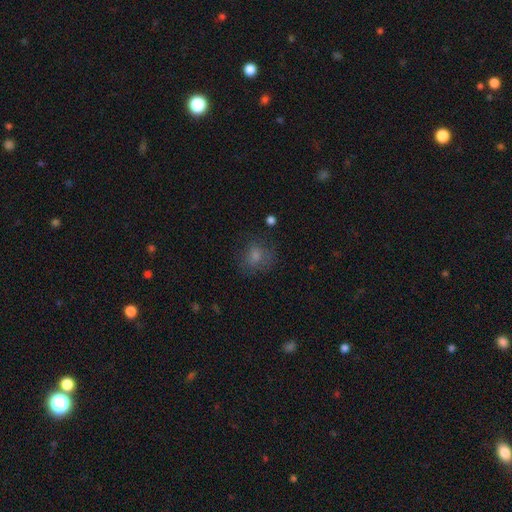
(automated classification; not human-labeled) A smooth galaxy with no disk features (73%) that is round (56%). Merging: none (61%).